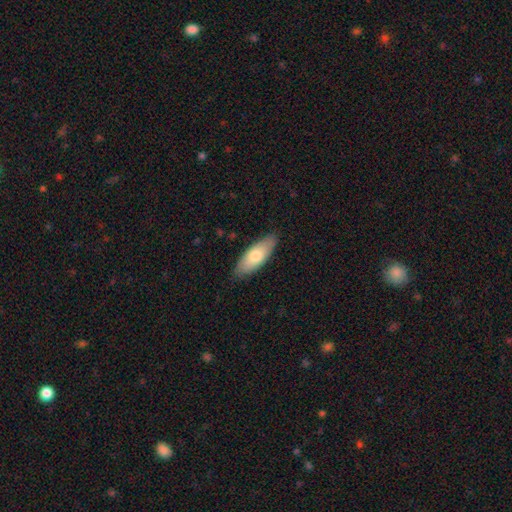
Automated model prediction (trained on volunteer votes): A smooth galaxy with no disk features (73%) that is in between round and cigar-shaped (72%).

Vote fractions:
- Smooth or featured? smooth: 73% / featured or disk: 22% / star or artifact: 5%
- How rounded? in between: 72% / cigar-shaped: 26% / round: 2%
- Merging? none: 85% / minor disturbance: 12% / major disturbance: 2% / merger: 1%